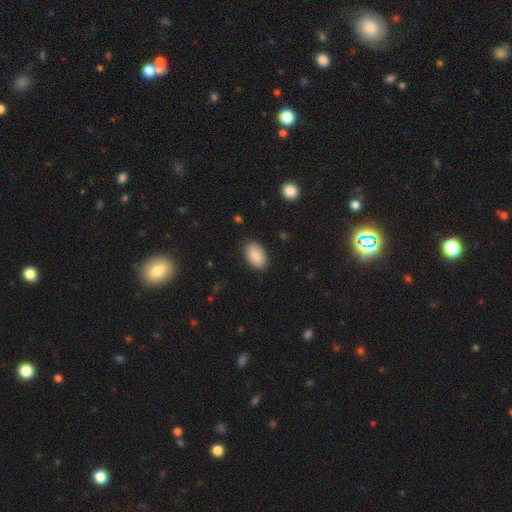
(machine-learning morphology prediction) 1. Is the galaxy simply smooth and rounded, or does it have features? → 87% smooth, 6% star or artifact, 6% featured or disk.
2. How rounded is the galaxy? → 94% in between, 5% round, 1% cigar-shaped.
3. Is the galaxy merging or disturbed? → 86% none, 10% minor disturbance, 2% major disturbance, 1% merger.